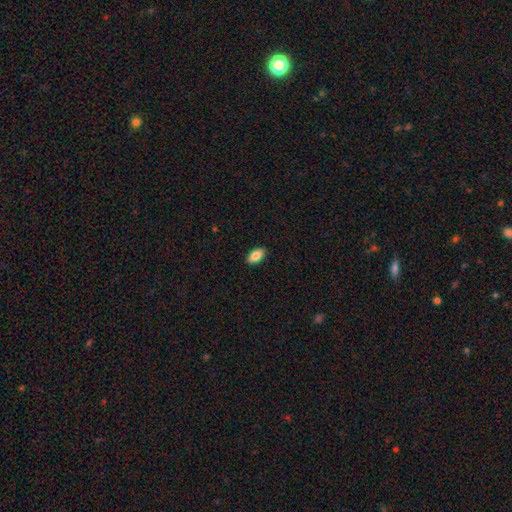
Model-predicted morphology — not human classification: A smooth galaxy with no disk features (85%) that is in between round and cigar-shaped (92%). Merging: none (89%).